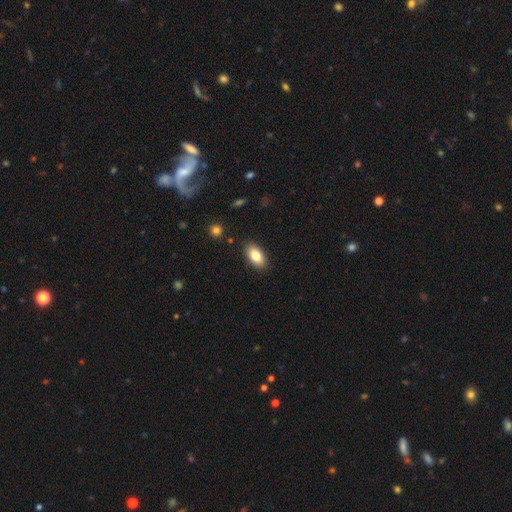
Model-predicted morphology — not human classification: smooth-or-featured: smooth: 84% | featured or disk: 9% | star or artifact: 7%
  how-rounded: in between: 93% | round: 4% | cigar-shaped: 3%
  merging: none: 88% | minor disturbance: 9% | major disturbance: 2% | merger: 1%